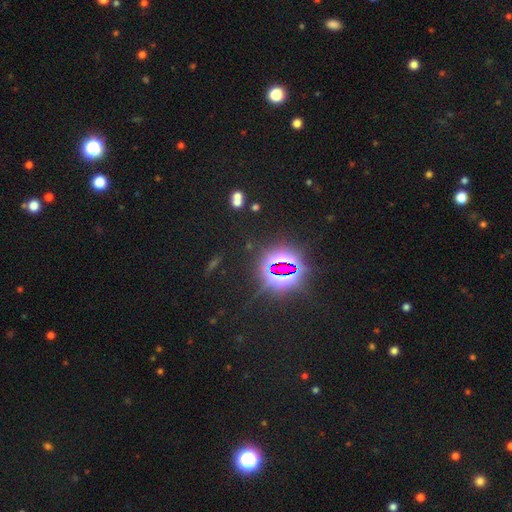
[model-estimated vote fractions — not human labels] The model was most divided on "smooth or featured": star or artifact: 79%, smooth: 12%, featured or disk: 9%.